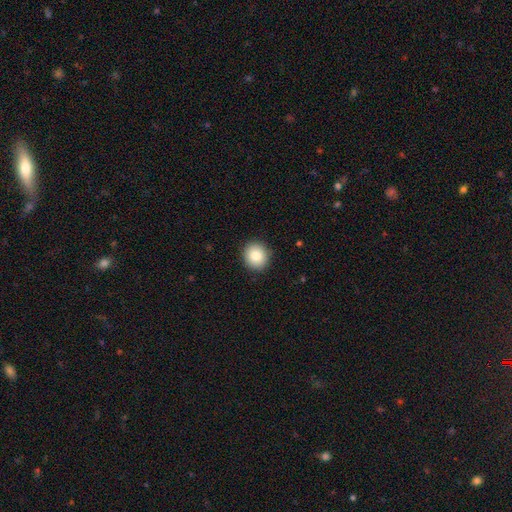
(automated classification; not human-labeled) A smooth galaxy with no disk features (83%) that is round (85%). Merging: none (91%).